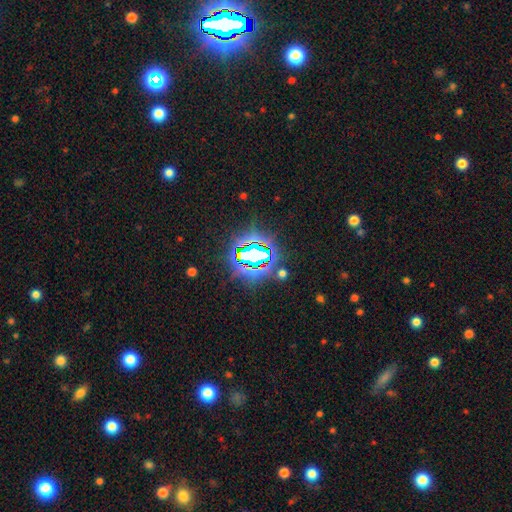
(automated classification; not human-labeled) Smooth or featured? Predicted: star or artifact (p=0.76).